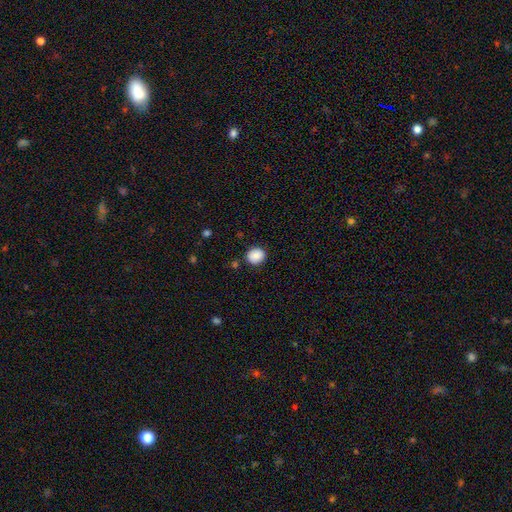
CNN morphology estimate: Smooth or featured?
  - smooth: 88% *
  - star or artifact: 8%
  - featured or disk: 4%
How rounded?
  - round: 79% *
  - in between: 20%
  - cigar-shaped: 1%
Merging?
  - none: 87% *
  - minor disturbance: 8%
  - major disturbance: 2%
  - merger: 2%